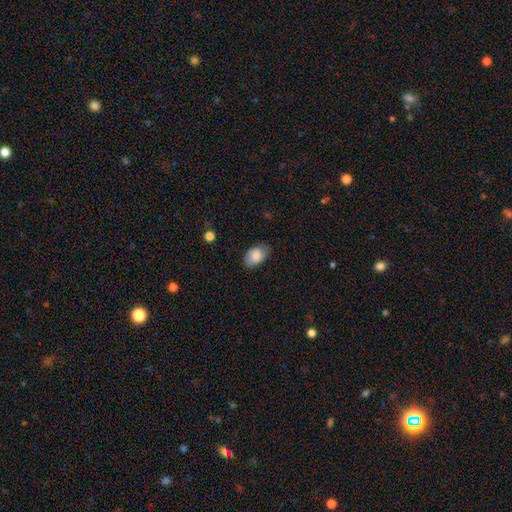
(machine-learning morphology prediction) smooth_or_featured: smooth (p=0.80) [alt: featured or disk p=0.13]
how_rounded: in between (p=0.90) [alt: round p=0.09]
merging: none (p=0.73) [alt: minor disturbance p=0.21]